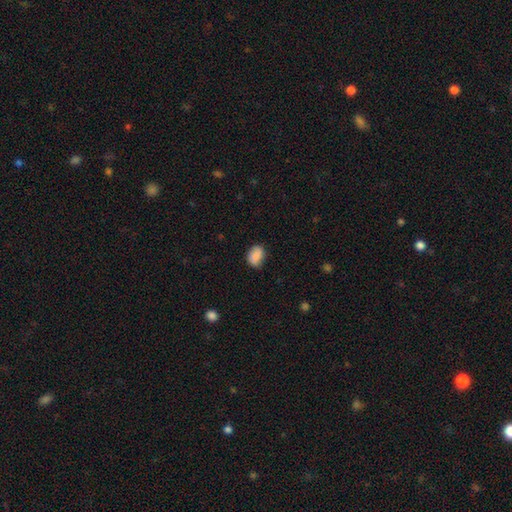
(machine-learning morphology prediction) This is clearly a smooth galaxy (84%). How rounded: likely in between (75%). Merging: likely none (68%).